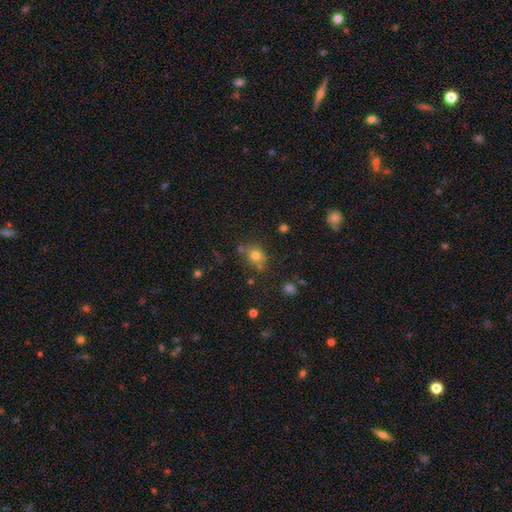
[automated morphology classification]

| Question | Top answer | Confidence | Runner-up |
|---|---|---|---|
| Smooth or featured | smooth | 71% | star or artifact (18%) |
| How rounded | round | 79% | in between (20%) |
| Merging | none | 66% | merger (17%) |